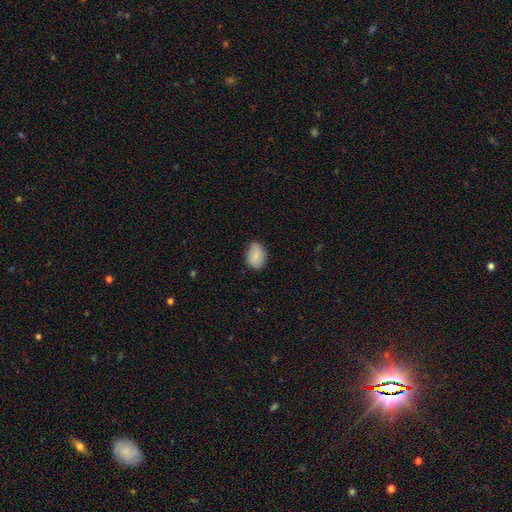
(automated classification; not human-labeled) Smooth or featured?
  - smooth: 81% *
  - featured or disk: 12%
  - star or artifact: 7%
How rounded?
  - in between: 77% *
  - round: 21%
  - cigar-shaped: 1%
Merging?
  - none: 70% *
  - minor disturbance: 25%
  - major disturbance: 4%
  - merger: 1%